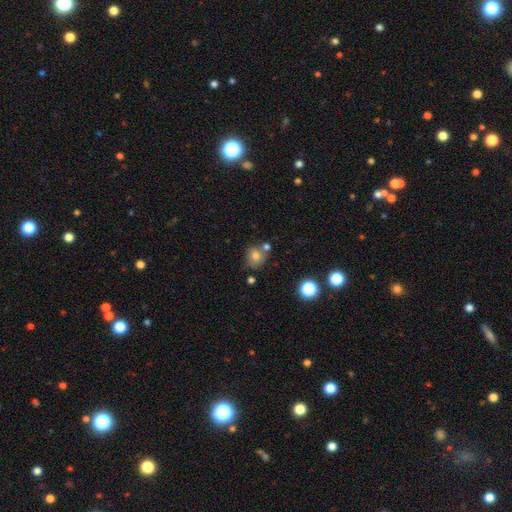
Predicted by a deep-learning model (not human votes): This appears to be a smooth galaxy with no disk features (74%) that is round (78%). Merging: none (57%).